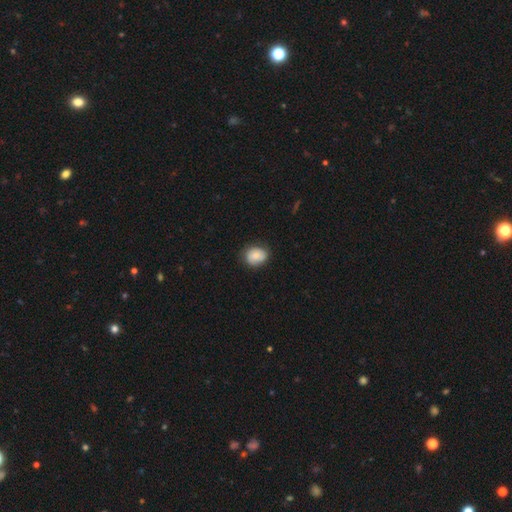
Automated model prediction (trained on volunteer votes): This is likely a smooth galaxy (75%). How rounded: possibly round (60%). Merging: likely none (75%).